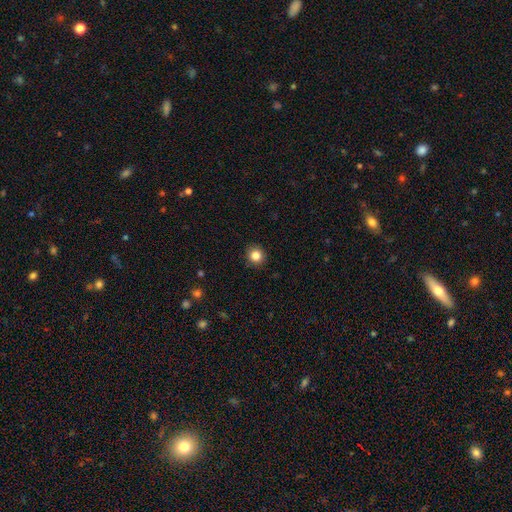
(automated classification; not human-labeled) A smooth galaxy with no disk features (84%) that is round (90%). Merging: none (92%).